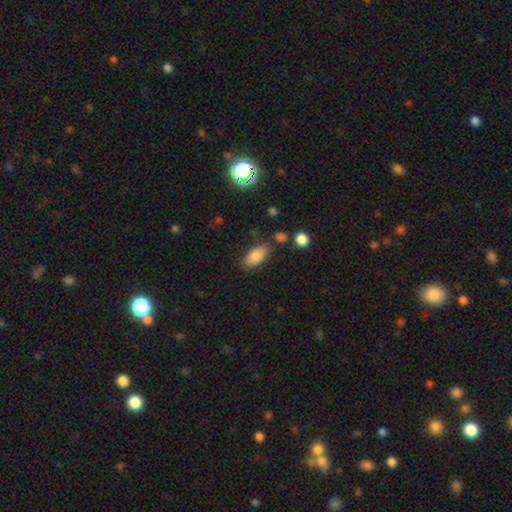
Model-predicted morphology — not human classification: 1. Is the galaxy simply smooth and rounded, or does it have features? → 83% smooth, 9% featured or disk, 8% star or artifact.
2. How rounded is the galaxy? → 90% in between, 6% cigar-shaped, 4% round.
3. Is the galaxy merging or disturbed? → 78% none, 14% minor disturbance, 4% merger, 4% major disturbance.